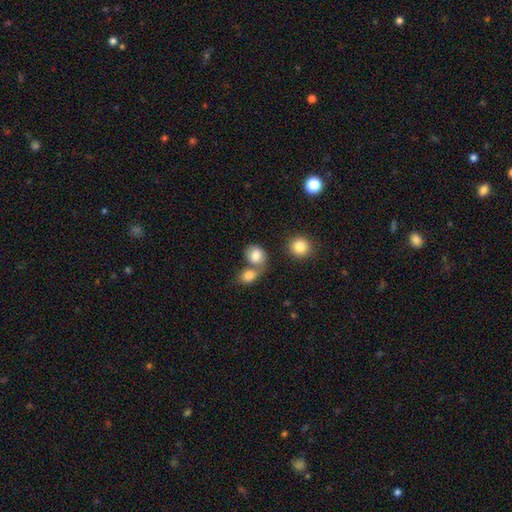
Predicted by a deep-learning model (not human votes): Smooth or featured? Predicted: smooth (p=0.81). How rounded? Predicted: in between (p=0.50). Merging? Predicted: merger (p=0.50).